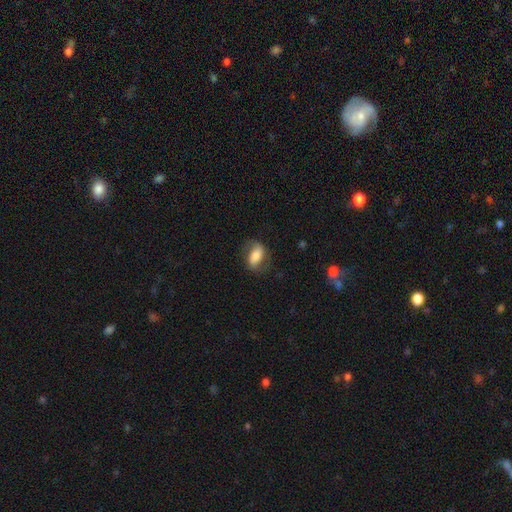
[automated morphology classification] type=smooth (59%); roundness=in between (86%); merging=none (68%).